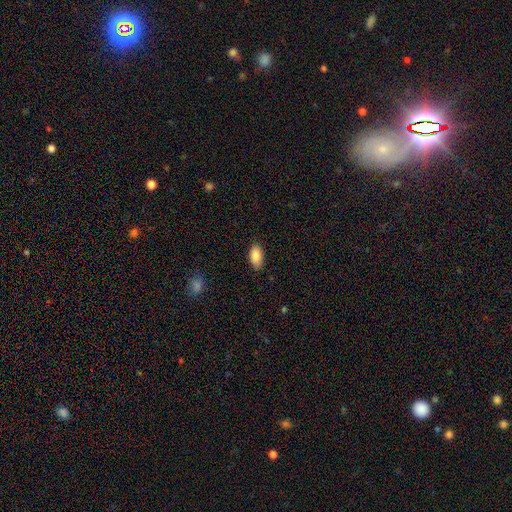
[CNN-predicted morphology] The model was most divided on "merging": none: 86%, minor disturbance: 10%, major disturbance: 2%, merger: 1%. More confident: how rounded — in between (93%); smooth or featured — smooth (88%).